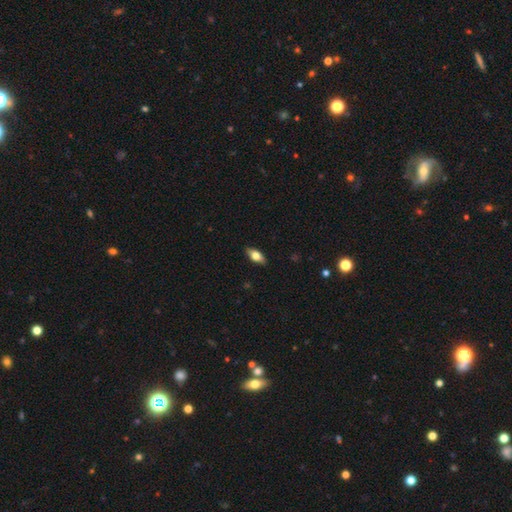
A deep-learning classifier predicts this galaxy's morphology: This is likely a smooth galaxy (68%). How rounded: clearly in between (84%). Merging: clearly none (88%).